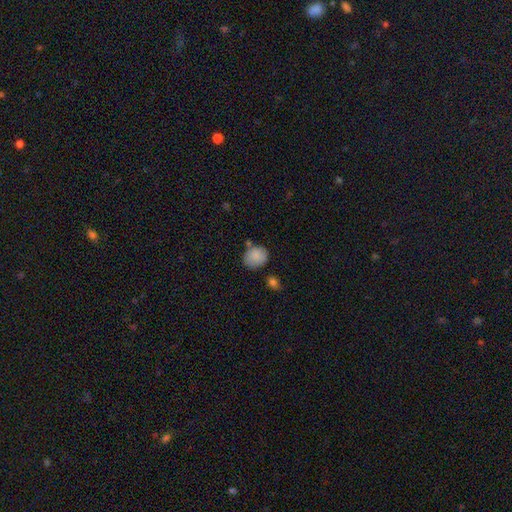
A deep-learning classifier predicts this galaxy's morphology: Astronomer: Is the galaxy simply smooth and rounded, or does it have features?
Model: smooth — 86%.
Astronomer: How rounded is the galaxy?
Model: round — 60% (runner-up: in between, 39%).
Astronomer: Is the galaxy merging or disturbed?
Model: none — 66%.